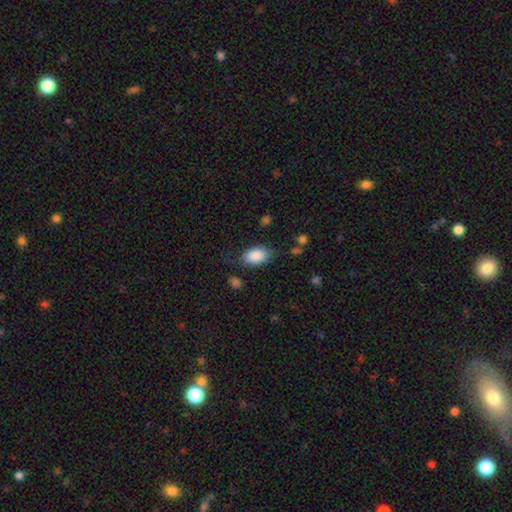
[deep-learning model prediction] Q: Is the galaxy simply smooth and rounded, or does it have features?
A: smooth — 87%.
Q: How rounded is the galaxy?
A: in between — 90%.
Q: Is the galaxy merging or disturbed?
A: none — 68%.